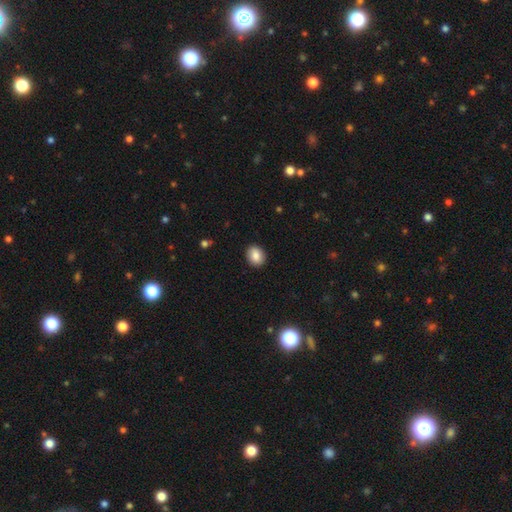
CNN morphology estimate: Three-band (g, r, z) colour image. It shows a smooth galaxy with no disk features (86%) that is round (51%). Merging: none (91%).